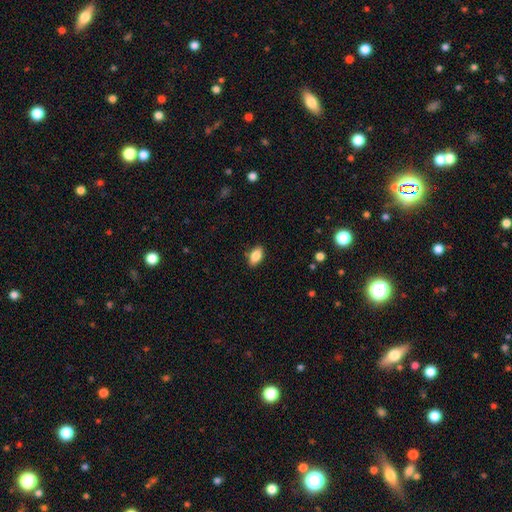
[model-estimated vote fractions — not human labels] Smooth or featured?
  - smooth: 84% *
  - featured or disk: 8%
  - star or artifact: 8%
How rounded?
  - in between: 90% *
  - round: 6%
  - cigar-shaped: 4%
Merging?
  - none: 86% *
  - minor disturbance: 11%
  - major disturbance: 2%
  - merger: 1%